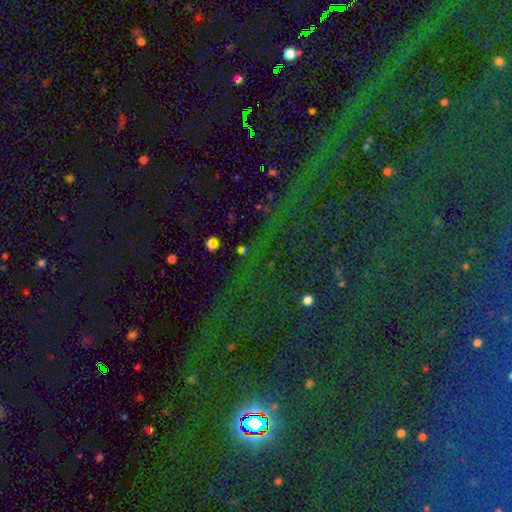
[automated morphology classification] A star or artifact, not a galaxy (85%).

Vote fractions:
- Smooth or featured? star or artifact: 85% / smooth: 8% / featured or disk: 7%